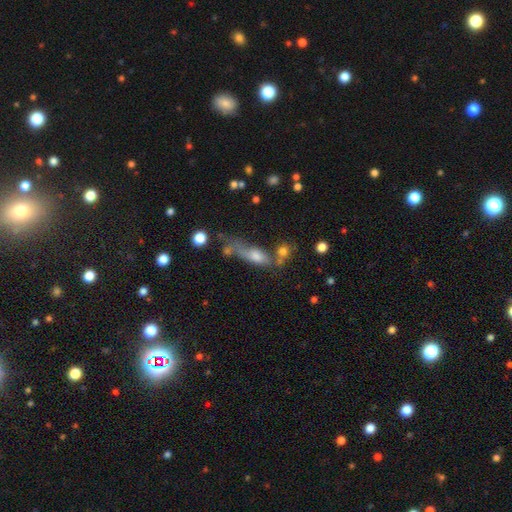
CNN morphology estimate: The model was most divided on "how rounded": cigar-shaped: 50%, in between: 43%, round: 7%. Remaining: smooth or featured — smooth (56%); merging — none (35%).